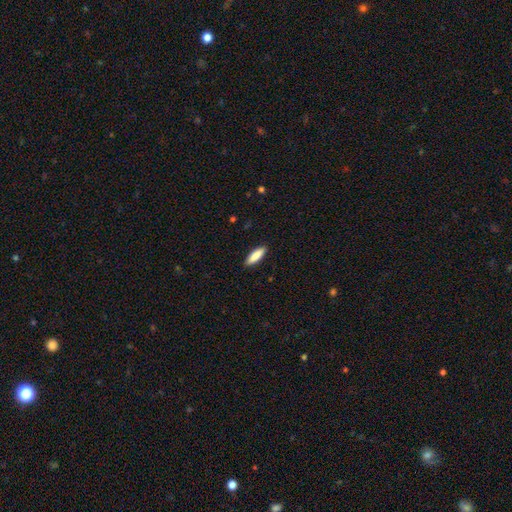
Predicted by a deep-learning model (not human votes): Morphology: type=smooth (86%); roundness=cigar-shaped (52%); merging=none (90%).